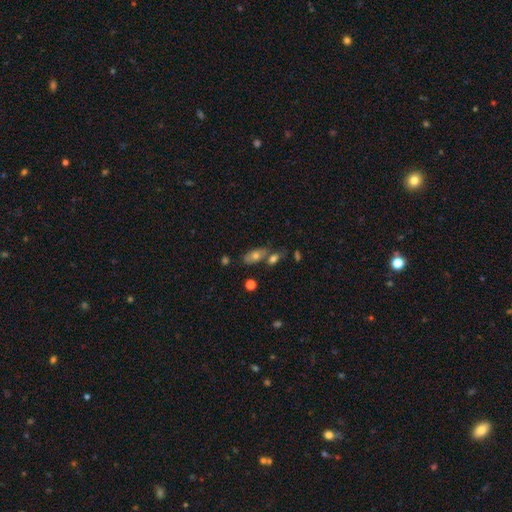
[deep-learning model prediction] Smooth or featured: smooth — 58% (featured or disk — 30%)
How rounded: in between — 80% (cigar-shaped — 11%)
Merging: none — 55% (merger — 25%)